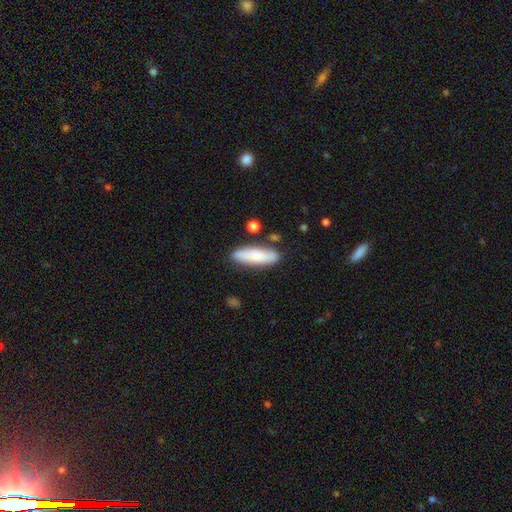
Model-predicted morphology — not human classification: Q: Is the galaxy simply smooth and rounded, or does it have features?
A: smooth — 77%.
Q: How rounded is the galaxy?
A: cigar-shaped — 57%.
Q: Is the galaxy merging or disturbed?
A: none — 79%.